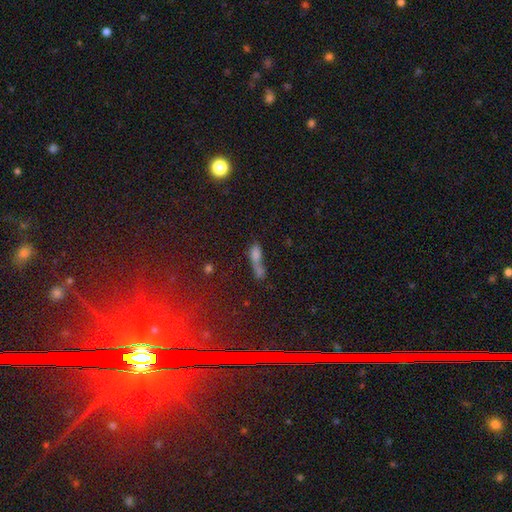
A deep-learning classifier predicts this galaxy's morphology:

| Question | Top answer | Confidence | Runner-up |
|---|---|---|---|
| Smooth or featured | smooth | 57% | star or artifact (23%) |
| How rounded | cigar-shaped | 46% | in between (43%) |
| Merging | merger | 39% | none (31%) |